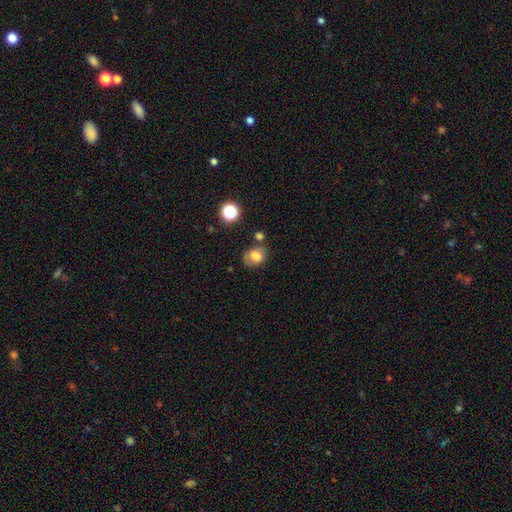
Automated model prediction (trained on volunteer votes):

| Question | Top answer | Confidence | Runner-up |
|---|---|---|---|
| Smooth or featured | smooth | 69% | featured or disk (18%) |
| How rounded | in between | 56% | round (43%) |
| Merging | none | 60% | minor disturbance (21%) |